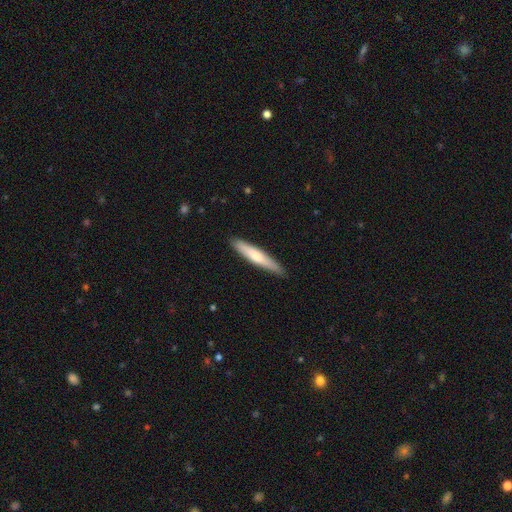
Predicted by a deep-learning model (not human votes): Q: Smooth or featured?
A: smooth (63%); runner-up: featured or disk (32%)
Q: How rounded?
A: cigar-shaped (91%); runner-up: in between (8%)
Q: Merging?
A: none (88%); runner-up: minor disturbance (9%)